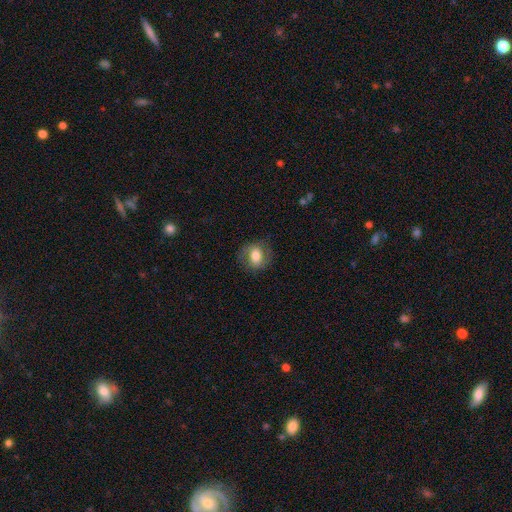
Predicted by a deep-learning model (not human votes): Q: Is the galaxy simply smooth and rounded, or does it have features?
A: smooth — 63%.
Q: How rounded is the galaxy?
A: in between — 52%.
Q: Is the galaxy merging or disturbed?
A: none — 76%.